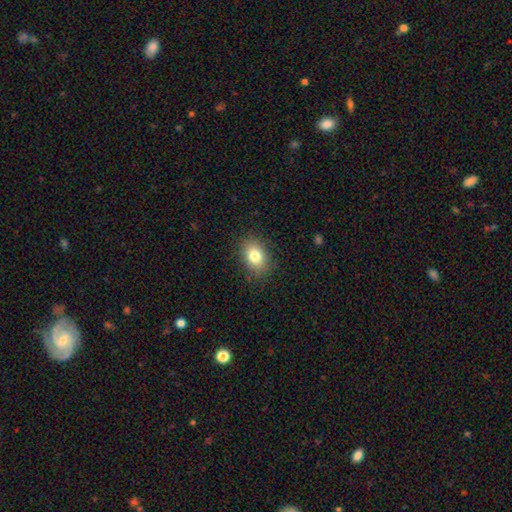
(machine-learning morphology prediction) Smooth or featured?
  - smooth: 81% *
  - star or artifact: 10%
  - featured or disk: 9%
How rounded?
  - in between: 74% *
  - round: 25%
  - cigar-shaped: 1%
Merging?
  - none: 87% *
  - minor disturbance: 9%
  - major disturbance: 2%
  - merger: 1%